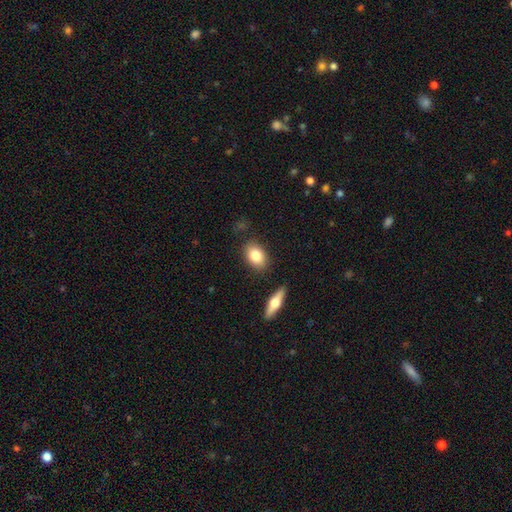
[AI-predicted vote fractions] The model was most divided on "how rounded": in between: 81%, round: 17%, cigar-shaped: 3%. More confident: merging — none (83%); smooth or featured — smooth (81%).